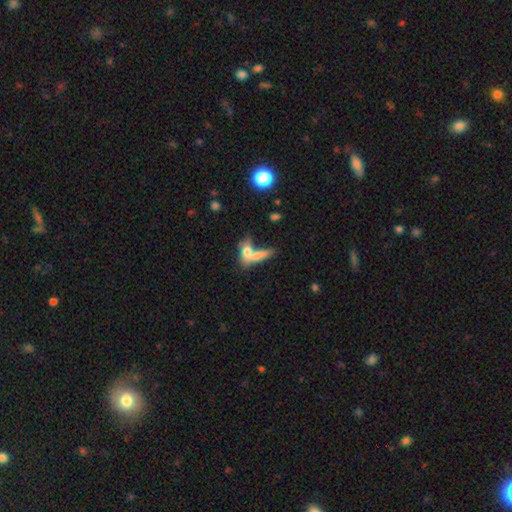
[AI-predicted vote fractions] Morphology: type=smooth (69%); roundness=in between (49%); merging=merger (53%).